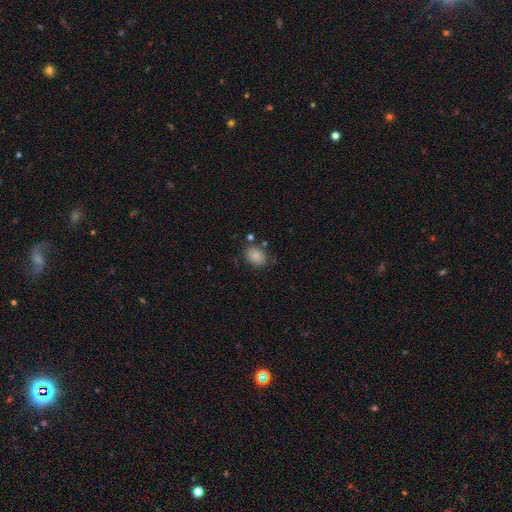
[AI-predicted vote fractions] Morphology: type=smooth (86%); roundness=in between (63%); merging=none (77%).